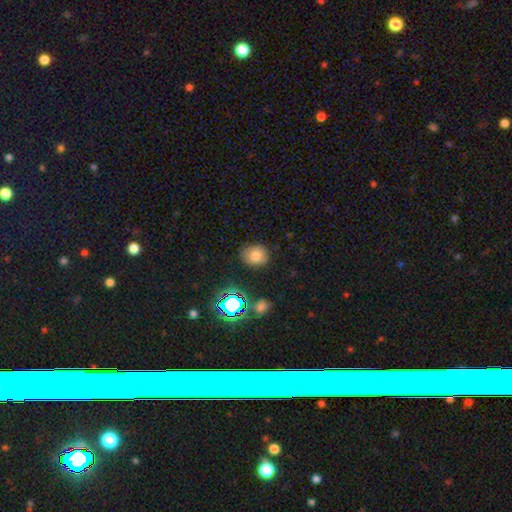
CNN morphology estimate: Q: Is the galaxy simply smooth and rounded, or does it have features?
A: smooth — 76%.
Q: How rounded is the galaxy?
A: round — 65%.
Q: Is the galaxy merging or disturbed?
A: none — 78%.